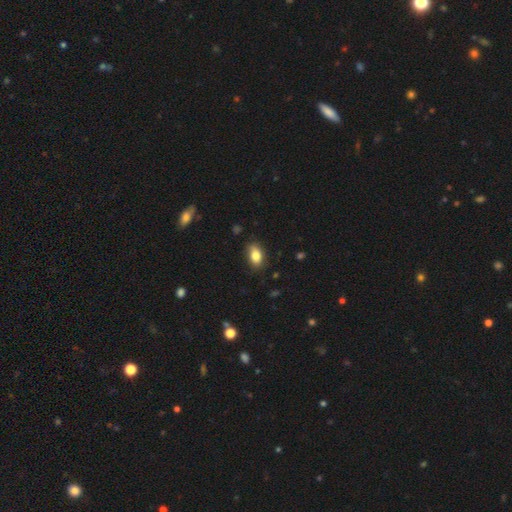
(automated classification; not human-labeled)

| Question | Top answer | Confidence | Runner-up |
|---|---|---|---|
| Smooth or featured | smooth | 83% | featured or disk (9%) |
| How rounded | in between | 87% | round (11%) |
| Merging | none | 77% | minor disturbance (18%) |